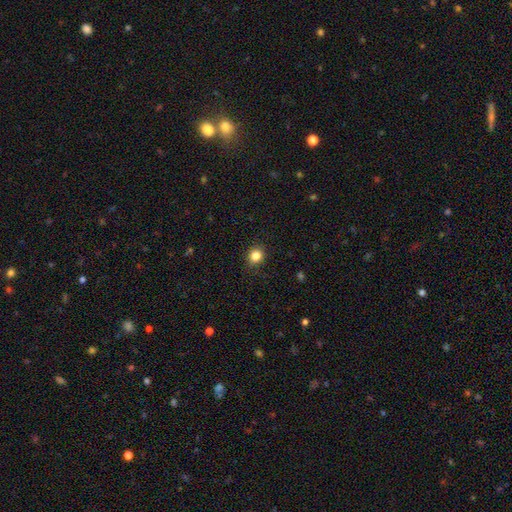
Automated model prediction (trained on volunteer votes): The model was most divided on "how rounded": round: 78%, in between: 21%, cigar-shaped: 1%. More confident: merging — none (89%); smooth or featured — smooth (83%).